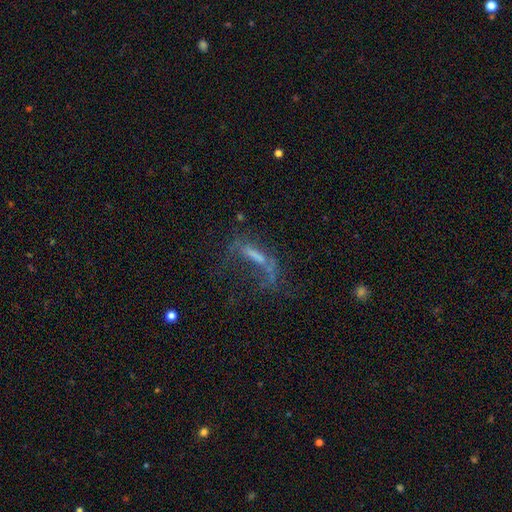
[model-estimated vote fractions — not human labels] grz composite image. It shows a featured or disk galaxy (49%). Merging: major disturbance (43%).